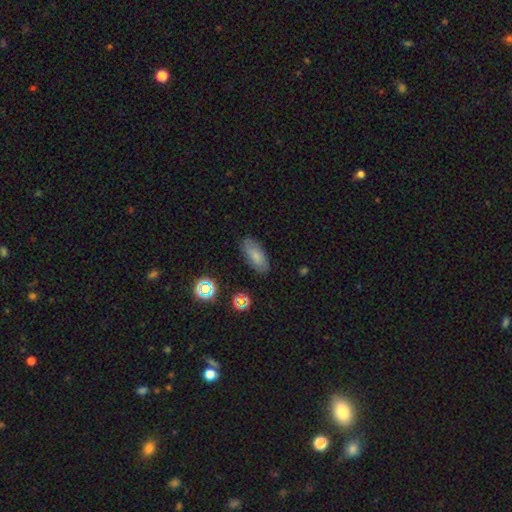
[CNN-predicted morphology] smooth 78%, featured or disk 12%, star or artifact 11%. Down the decision tree: how rounded — in between (84%); merging — none (85%).